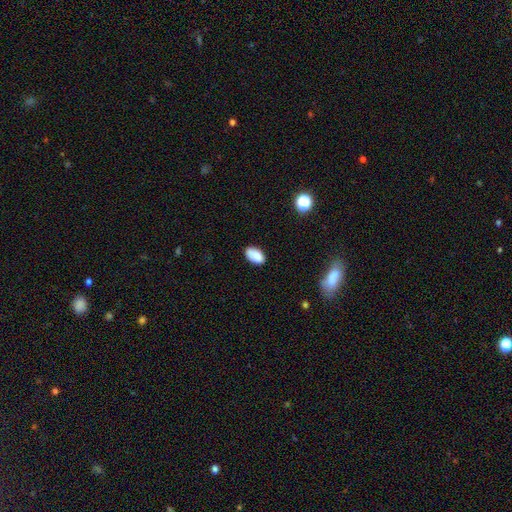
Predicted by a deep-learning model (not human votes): Smooth or featured? smooth (85%)
How rounded? in between (93%)
Merging? none (76%)